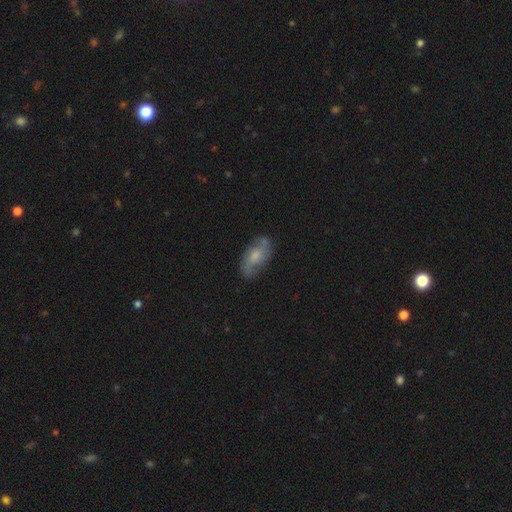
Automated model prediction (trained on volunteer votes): Smooth or featured? featured or disk (58%)
Edge-on disk? no (92%)
Bar? no (59%)
Spiral arms? yes (85%)
Bulge size? moderate (45%)
Merging? none (75%)